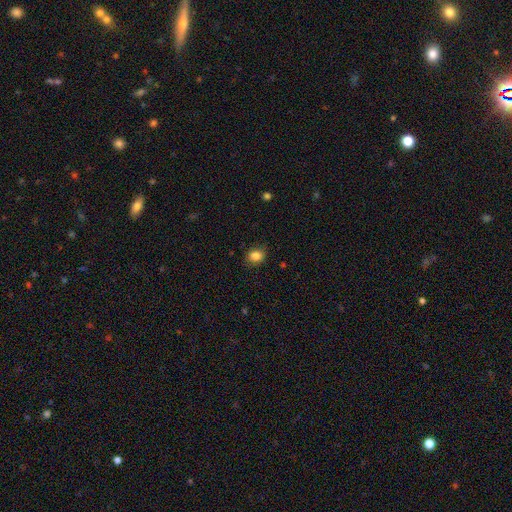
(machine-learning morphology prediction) Smooth or featured?
  - smooth: 85% *
  - star or artifact: 10%
  - featured or disk: 5%
How rounded?
  - round: 55% *
  - in between: 44%
  - cigar-shaped: 1%
Merging?
  - none: 84% *
  - minor disturbance: 12%
  - major disturbance: 3%
  - merger: 1%